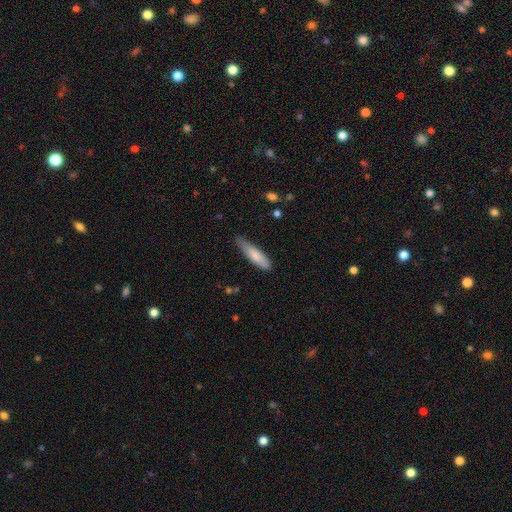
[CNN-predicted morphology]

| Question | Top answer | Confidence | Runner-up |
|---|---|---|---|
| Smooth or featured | smooth | 78% | featured or disk (17%) |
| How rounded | cigar-shaped | 69% | in between (30%) |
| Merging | none | 62% | minor disturbance (31%) |